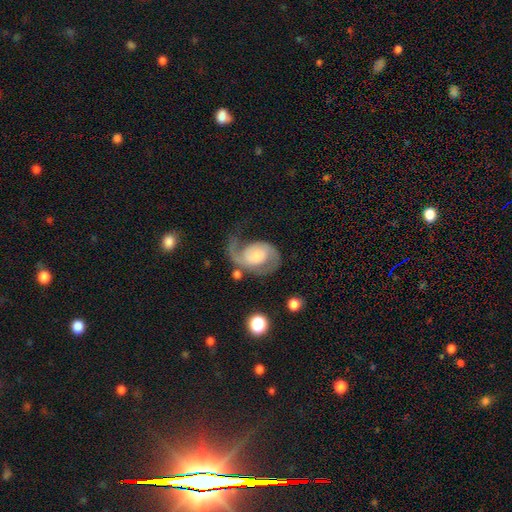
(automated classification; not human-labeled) This appears to be a featured or disk galaxy (82%) with no bar (59%), 2 (71%) medium (45%) spiral arms (95%) and a moderate central bulge (34%). Merging: none (40%).